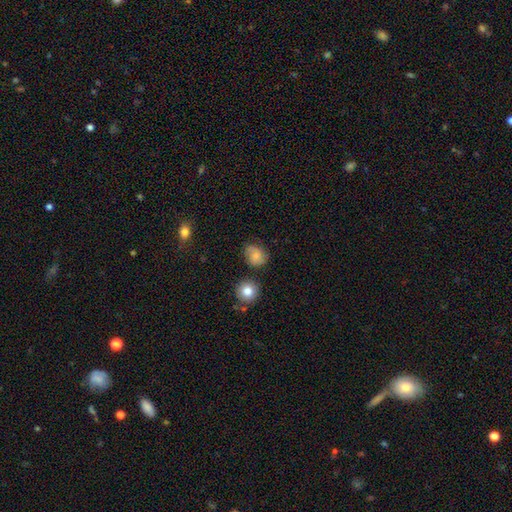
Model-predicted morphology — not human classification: A smooth galaxy with no disk features (70%) that is round (60%). Merging: none (63%).